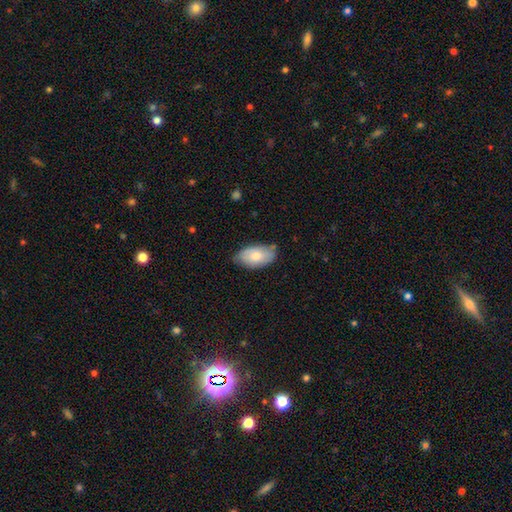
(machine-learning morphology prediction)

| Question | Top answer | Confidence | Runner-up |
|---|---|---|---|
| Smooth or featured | smooth | 76% | featured or disk (18%) |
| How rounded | in between | 95% | round (4%) |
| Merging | none | 70% | minor disturbance (25%) |